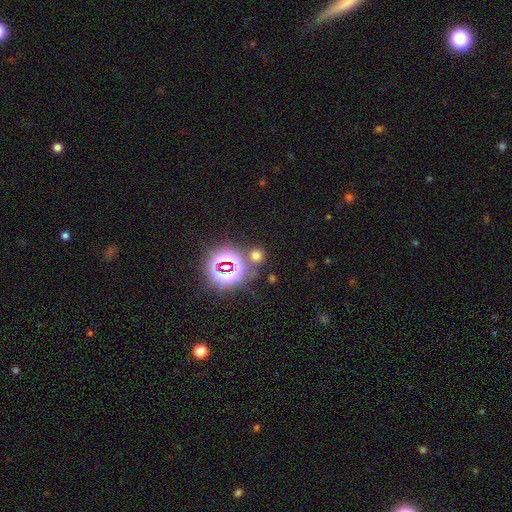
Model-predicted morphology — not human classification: Overall: smooth (53%; star or artifact 40%). How rounded: round (85%). Merging: none (79%).